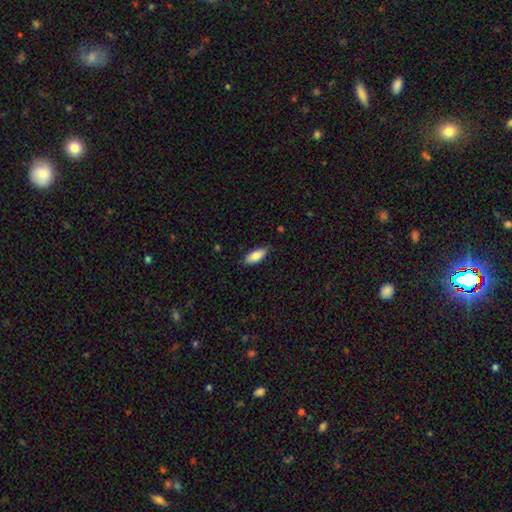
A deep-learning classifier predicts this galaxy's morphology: This appears to be a smooth galaxy with no disk features (83%) that is in between round and cigar-shaped (80%). Merging: none (82%).